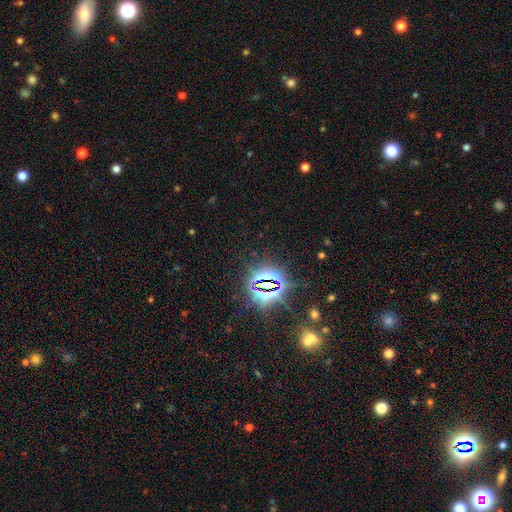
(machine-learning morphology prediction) A star or artifact, not a galaxy (82%).